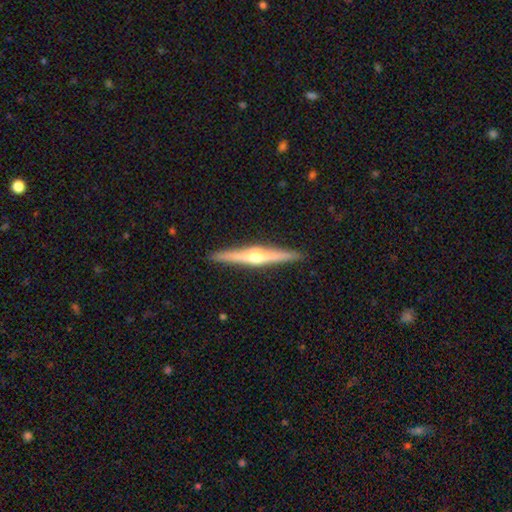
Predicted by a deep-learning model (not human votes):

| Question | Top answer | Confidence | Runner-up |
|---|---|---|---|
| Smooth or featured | featured or disk | 79% | smooth (16%) |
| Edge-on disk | yes | 98% | no (2%) |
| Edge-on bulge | rounded | 93% | none (4%) |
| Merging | none | 92% | minor disturbance (6%) |